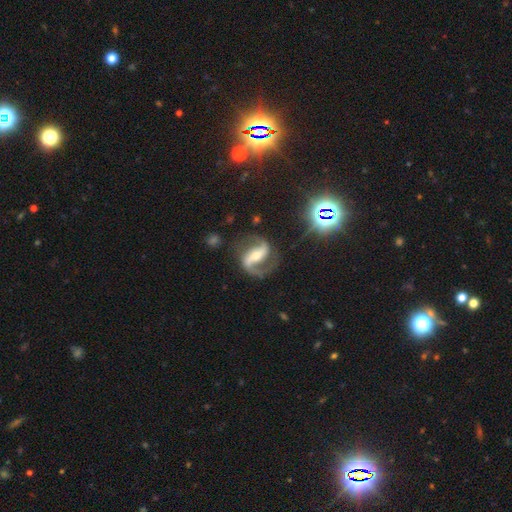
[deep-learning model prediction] Morphology: type=featured or disk (88%); edge-on=no (96%); bar=strong (62%); spiral arms=yes (96%); winding=medium (52%); arm count=2 (89%); bulge=moderate (57%); merging=none (75%).